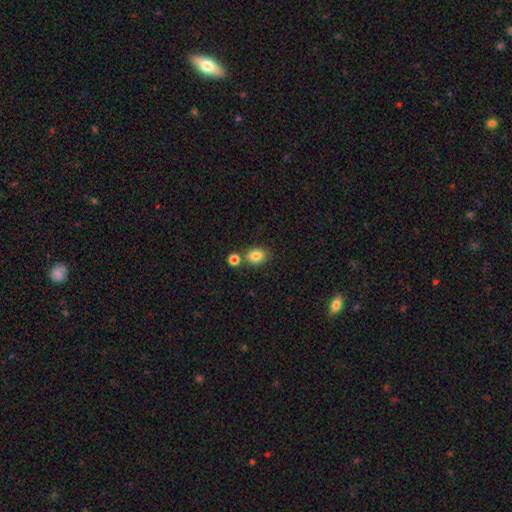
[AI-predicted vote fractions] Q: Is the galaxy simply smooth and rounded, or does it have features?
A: smooth — 84%.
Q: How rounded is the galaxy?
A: in between — 50%.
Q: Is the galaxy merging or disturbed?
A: none — 68%.